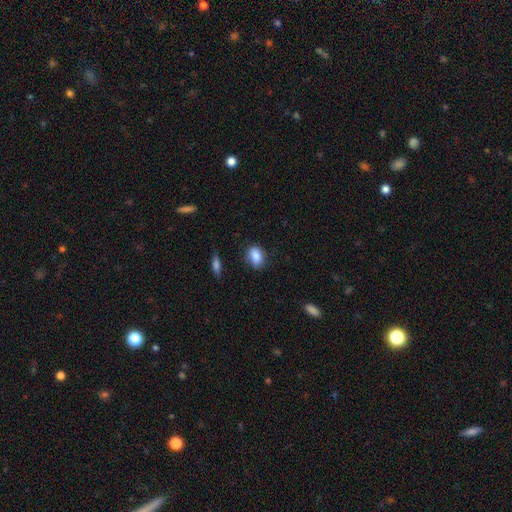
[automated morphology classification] type=smooth (86%); roundness=in between (78%); merging=none (75%).